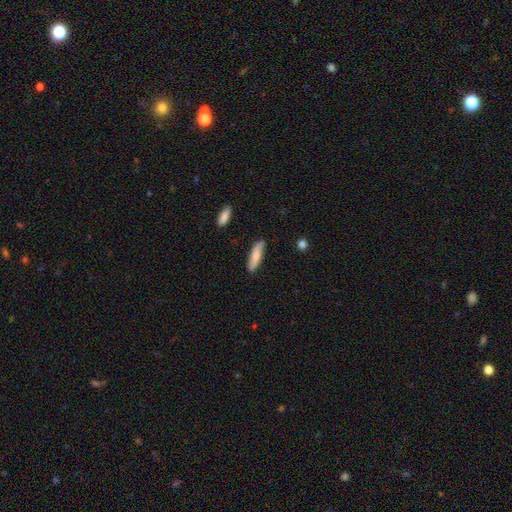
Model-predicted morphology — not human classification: The model was most divided on "how rounded": cigar-shaped: 68%, in between: 30%, round: 2%. More confident: merging — none (83%); smooth or featured — smooth (71%).